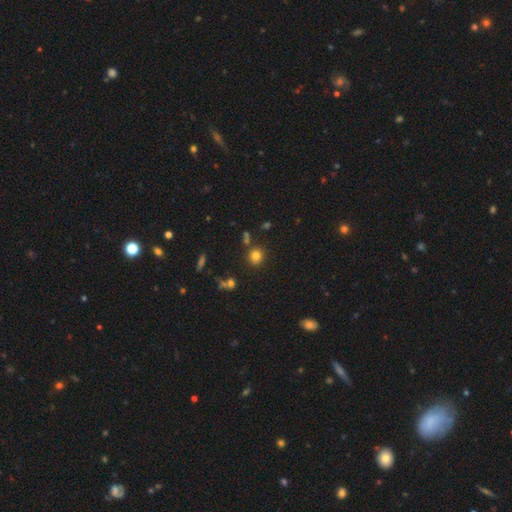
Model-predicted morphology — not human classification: smooth 79%, star or artifact 15%, featured or disk 7%. Down the decision tree: how rounded — round (82%); merging — none (80%).